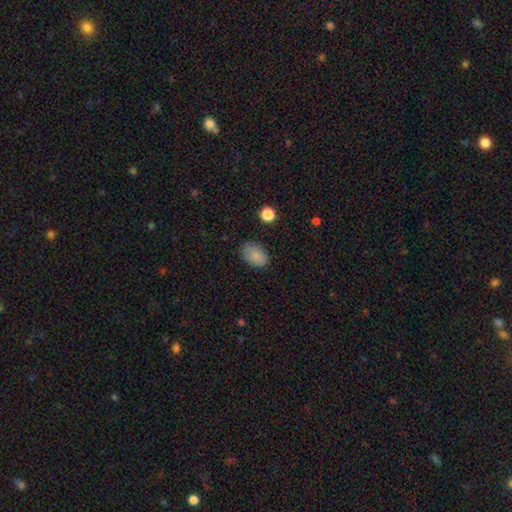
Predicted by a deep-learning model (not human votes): smooth_or_featured: smooth (p=0.85) [alt: star or artifact p=0.08]
how_rounded: in between (p=0.83) [alt: round p=0.16]
merging: none (p=0.81) [alt: minor disturbance p=0.14]